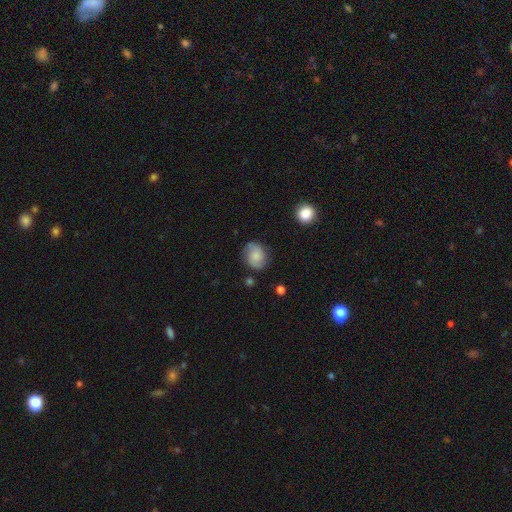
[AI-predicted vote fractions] This appears to be a smooth galaxy with no disk features (58%) that is round (58%). Merging: none (74%).